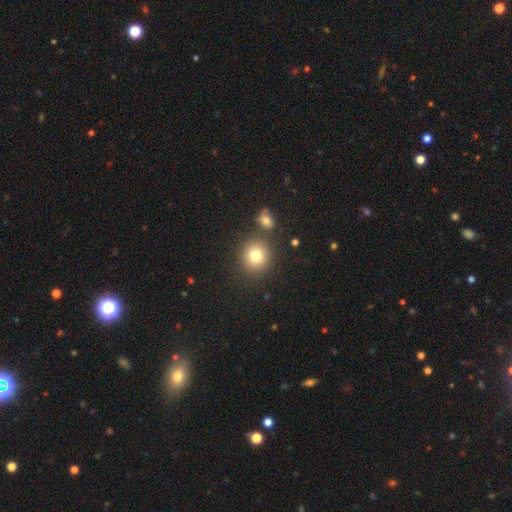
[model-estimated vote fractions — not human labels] Smooth or featured?
  - smooth: 79% *
  - star or artifact: 12%
  - featured or disk: 9%
How rounded?
  - round: 88% *
  - in between: 11%
  - cigar-shaped: 1%
Merging?
  - none: 80% *
  - merger: 9%
  - minor disturbance: 8%
  - major disturbance: 3%